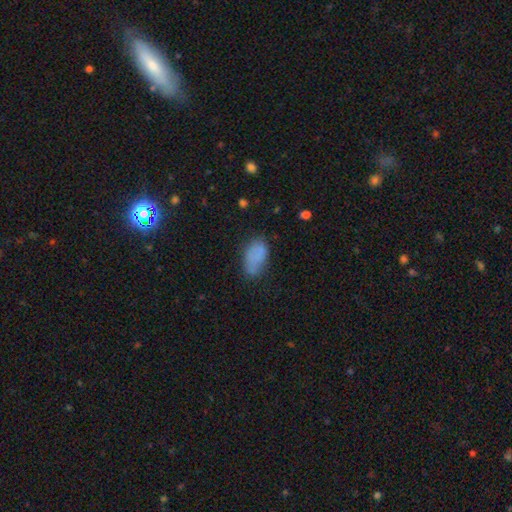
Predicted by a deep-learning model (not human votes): Overall: smooth (77%). How rounded: in between (92%). Merging: none (53%; minor disturbance 30%).